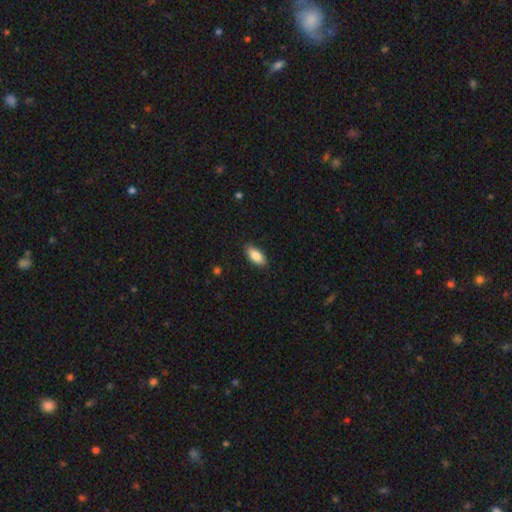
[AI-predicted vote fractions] A smooth galaxy with no disk features (85%) that is in between round and cigar-shaped (90%). Merging: none (88%).